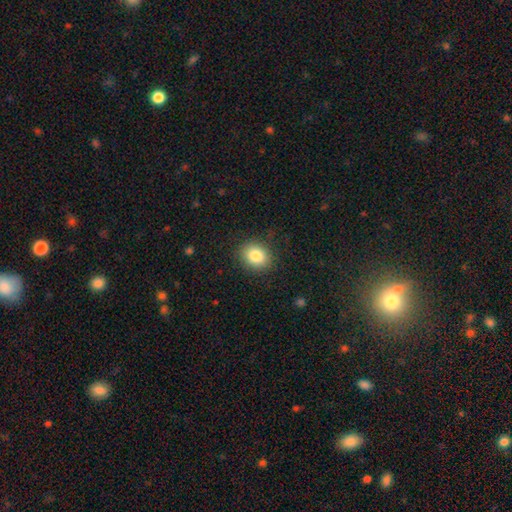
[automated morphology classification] smooth 84%, star or artifact 9%, featured or disk 7%. Down the decision tree: how rounded — round (58%); merging — none (87%).